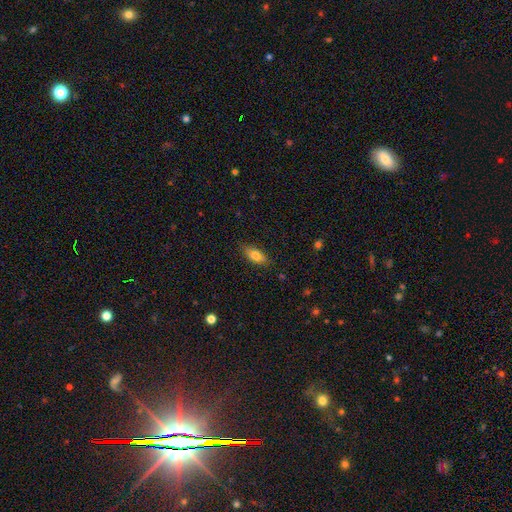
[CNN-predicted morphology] This appears to be a smooth galaxy with no disk features (80%) that is in between round and cigar-shaped (84%). Merging: none (80%).